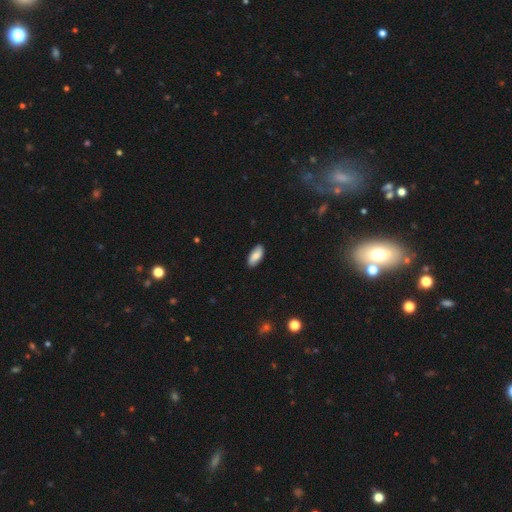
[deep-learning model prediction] This is clearly a smooth galaxy (83%). How rounded: clearly in between (85%). Merging: clearly none (88%).